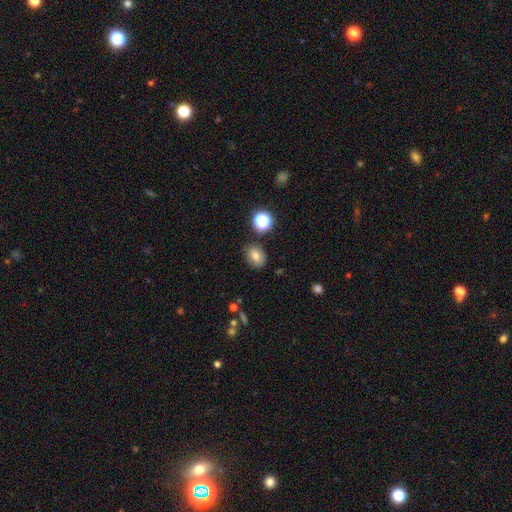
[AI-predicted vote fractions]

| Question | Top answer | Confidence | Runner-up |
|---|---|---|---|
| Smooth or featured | smooth | 79% | star or artifact (13%) |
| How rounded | in between | 61% | round (38%) |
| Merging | none | 81% | minor disturbance (12%) |